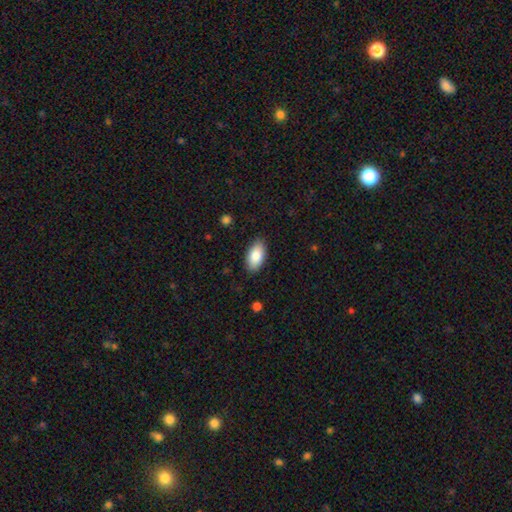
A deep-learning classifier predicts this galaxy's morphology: Q: Smooth or featured?
A: smooth (85%); runner-up: featured or disk (9%)
Q: How rounded?
A: in between (94%); runner-up: cigar-shaped (3%)
Q: Merging?
A: none (86%); runner-up: minor disturbance (11%)